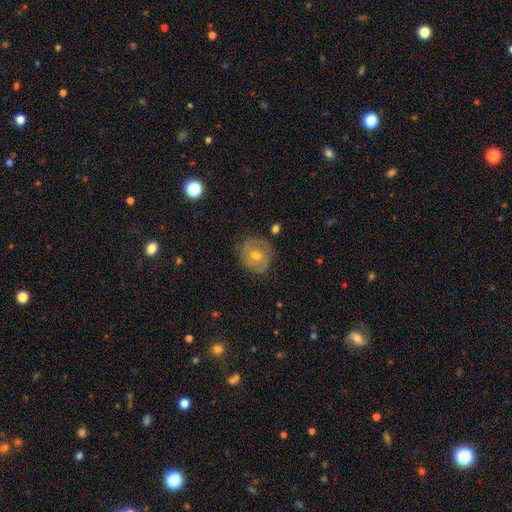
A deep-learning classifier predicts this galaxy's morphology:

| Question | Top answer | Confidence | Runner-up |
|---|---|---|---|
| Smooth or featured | featured or disk | 63% | smooth (28%) |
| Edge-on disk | no | 97% | yes (3%) |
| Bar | no | 59% | weak (33%) |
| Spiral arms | yes | 76% | no (24%) |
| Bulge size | moderate | 66% | small (30%) |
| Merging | none | 81% | minor disturbance (13%) |